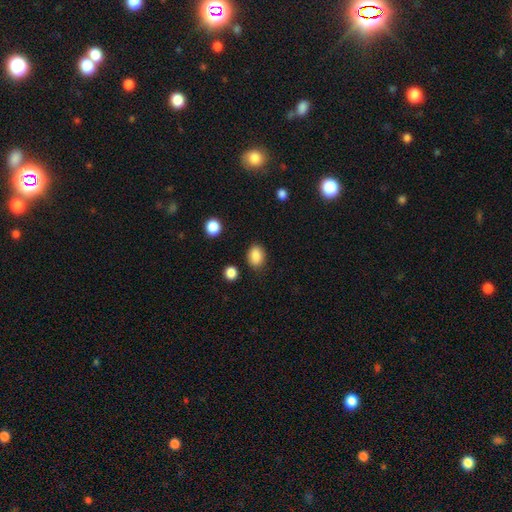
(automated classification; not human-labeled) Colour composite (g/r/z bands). It shows a smooth galaxy with no disk features (87%) that is in between round and cigar-shaped (67%). Merging: none (83%).